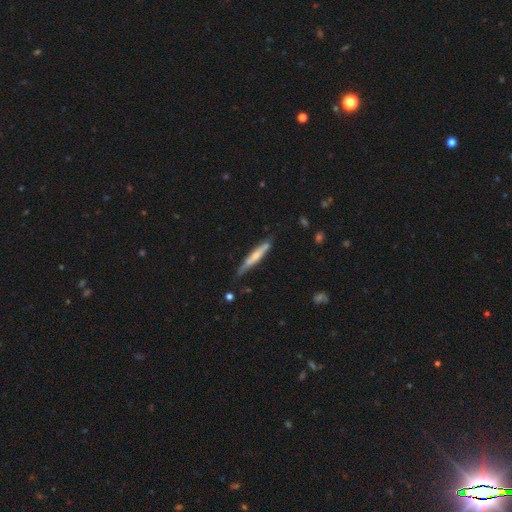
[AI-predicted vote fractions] A smooth galaxy with no disk features (48%).

Vote fractions:
- Smooth or featured? smooth: 48% / featured or disk: 46% / star or artifact: 5%
- Merging? none: 72% / minor disturbance: 21% / major disturbance: 4% / merger: 3%